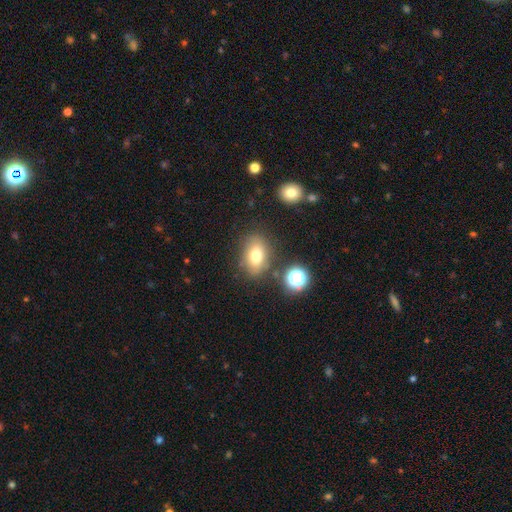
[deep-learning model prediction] This appears to be a smooth galaxy with no disk features (75%) that is in between round and cigar-shaped (78%). Merging: none (77%).